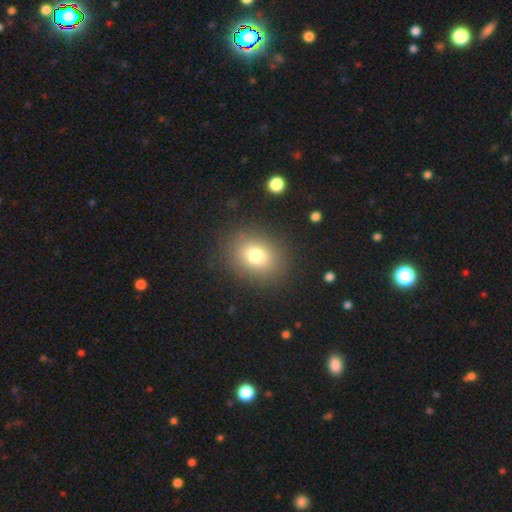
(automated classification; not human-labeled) Q: Smooth or featured?
A: smooth (75%); runner-up: star or artifact (13%)
Q: How rounded?
A: round (53%); runner-up: in between (46%)
Q: Merging?
A: none (86%); runner-up: minor disturbance (9%)